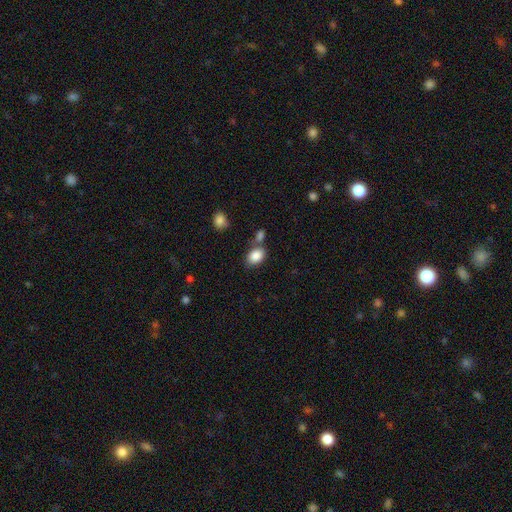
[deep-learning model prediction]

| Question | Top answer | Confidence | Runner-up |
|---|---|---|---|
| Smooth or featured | smooth | 86% | star or artifact (8%) |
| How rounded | in between | 80% | round (19%) |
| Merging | none | 58% | merger (22%) |